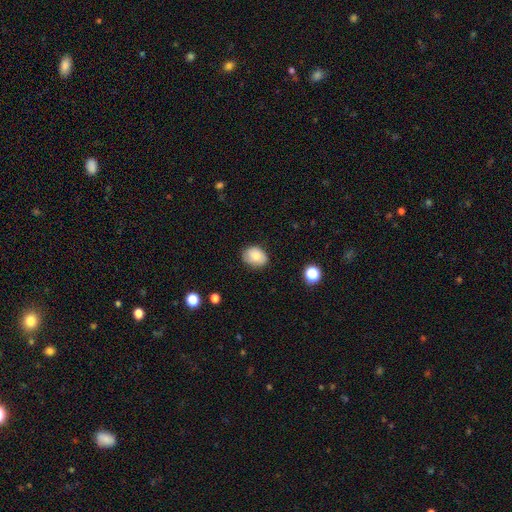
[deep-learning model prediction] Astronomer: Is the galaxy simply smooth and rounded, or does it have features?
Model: smooth — 81%.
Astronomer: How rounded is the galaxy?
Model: in between — 65%.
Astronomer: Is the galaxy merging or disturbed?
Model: none — 78%.